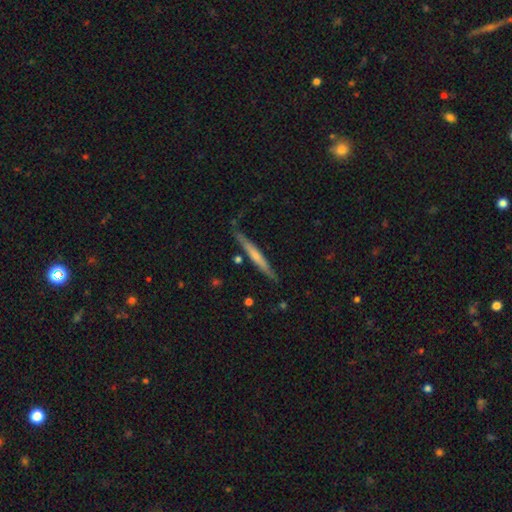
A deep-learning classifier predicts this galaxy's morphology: Smooth or featured? smooth (47%, tied with featured or disk)
Merging? none (83%)